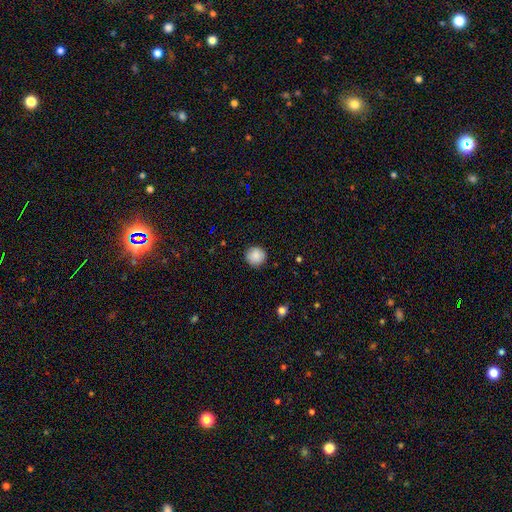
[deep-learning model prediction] Overall: smooth (88%). How rounded: round (94%). Merging: none (90%).